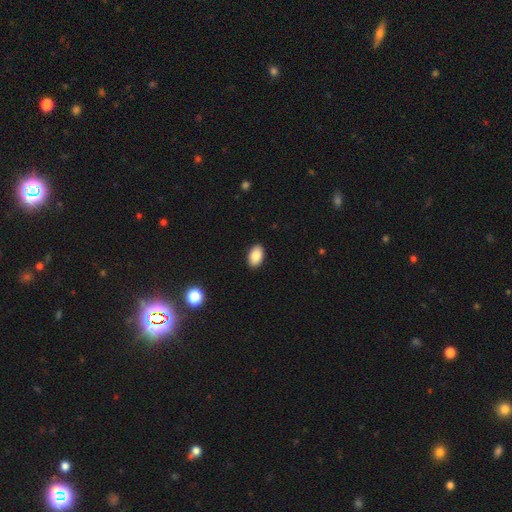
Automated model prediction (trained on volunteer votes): Morphology: type=smooth (87%); roundness=in between (91%); merging=none (91%).